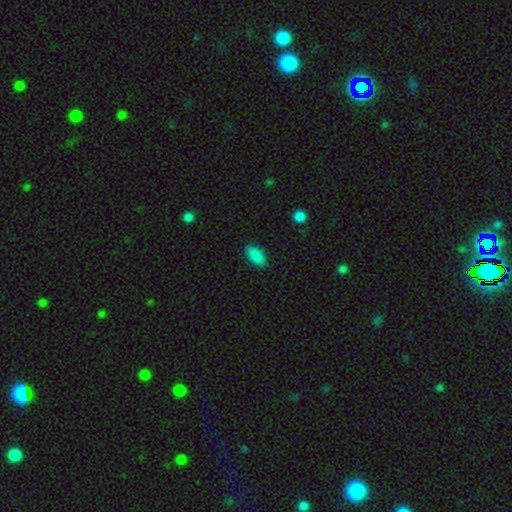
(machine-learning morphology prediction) This appears to be a smooth galaxy with no disk features (88%) that is in between round and cigar-shaped (93%). Merging: none (87%).